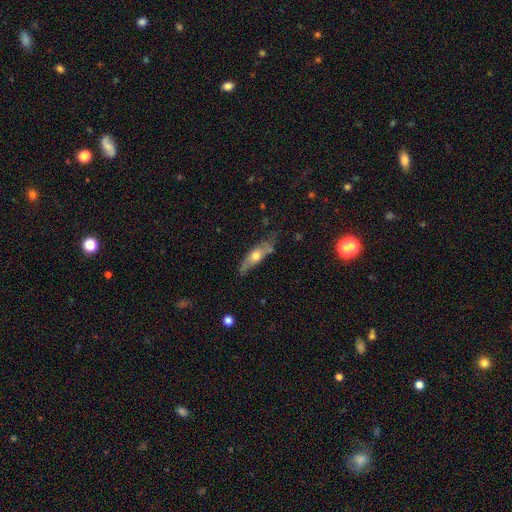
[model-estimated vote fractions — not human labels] A smooth galaxy with no disk features (50%) that is cigar-shaped (49%).

Vote fractions:
- Smooth or featured? smooth: 50% / featured or disk: 44% / star or artifact: 6%
- How rounded? cigar-shaped: 49% / in between: 48% / round: 3%
- Merging? none: 60% / minor disturbance: 27% / major disturbance: 7% / merger: 5%